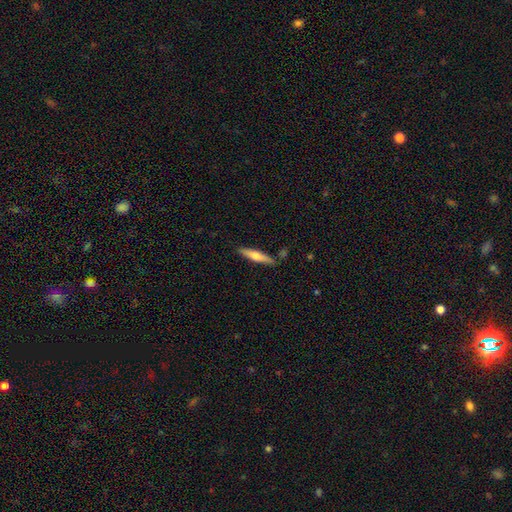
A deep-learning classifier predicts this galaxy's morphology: This is possibly a smooth galaxy (55%). How rounded: clearly cigar-shaped (86%). Merging: clearly none (84%).